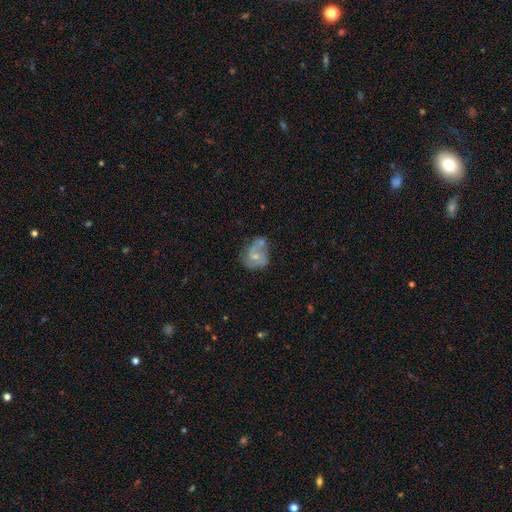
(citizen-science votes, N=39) smooth-or-featured: featured or disk: 72% | smooth: 26% | star or artifact: 3%
  disk-edge-on: no: 93% | yes: 7%
    bar: weak: 46% (tied) | no: 46% (tied) | strong: 8%
    has-spiral-arms: yes: 77% | no: 23%
      spiral-winding: medium: 65% | loose: 20% | tight: 15%
      spiral-arm-count: 2: 70% | 3: 15% | can't tell: 15% | 1: 0% | 4: 0% | more than 4: 0%
    bulge-size: small: 54% | moderate: 27% | none: 19% | dominant: 0% | large: 0%
  merging: none: 37% | merger: 29% | minor disturbance: 24% | major disturbance: 11%